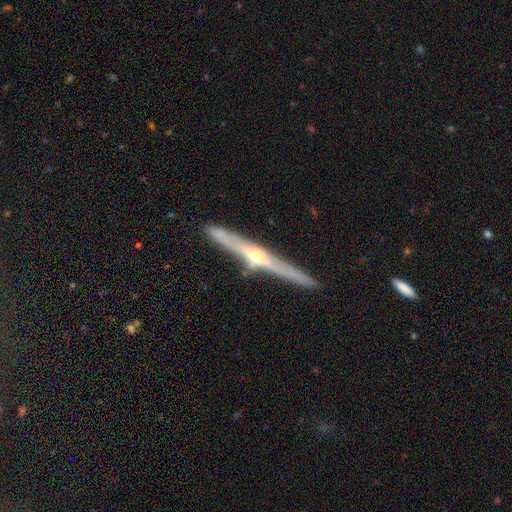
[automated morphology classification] The model was most divided on "smooth or featured": featured or disk: 80%, smooth: 14%, star or artifact: 5%. More confident: edge-on disk — yes (97%); merging — none (86%); edge-on bulge — rounded (85%).